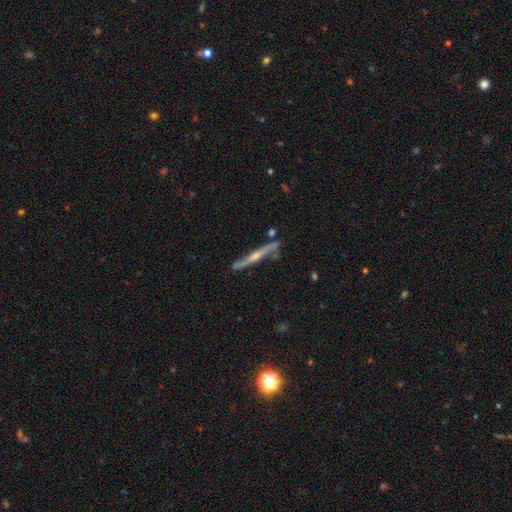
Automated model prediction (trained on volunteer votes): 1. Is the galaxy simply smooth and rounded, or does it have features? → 78% featured or disk, 16% smooth, 6% star or artifact.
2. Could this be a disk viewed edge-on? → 89% yes, 11% no.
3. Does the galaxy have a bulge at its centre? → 74% rounded, 20% none, 7% boxy.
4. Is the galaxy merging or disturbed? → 75% none, 17% minor disturbance, 4% merger, 4% major disturbance.